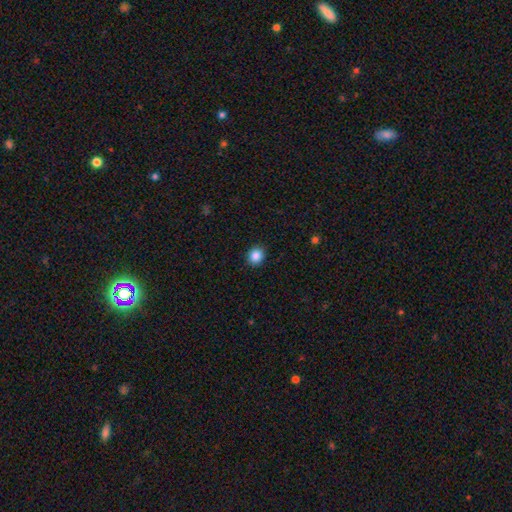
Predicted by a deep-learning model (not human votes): The model was most divided on "how rounded": round: 78%, in between: 21%, cigar-shaped: 1%. More confident: merging — none (91%); smooth or featured — smooth (86%).